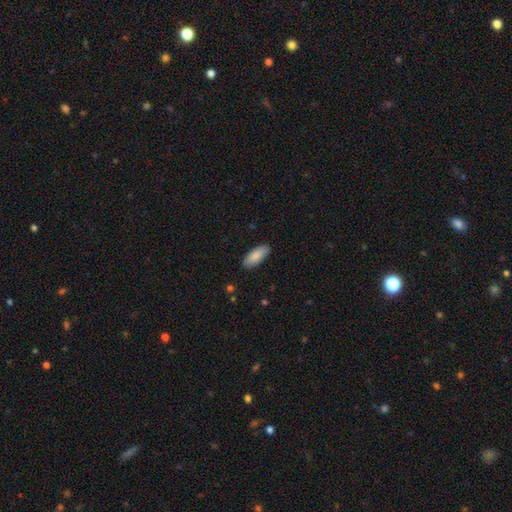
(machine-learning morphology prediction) Smooth or featured: smooth — 85% (featured or disk — 9%)
How rounded: in between — 80% (cigar-shaped — 18%)
Merging: none — 87% (minor disturbance — 10%)